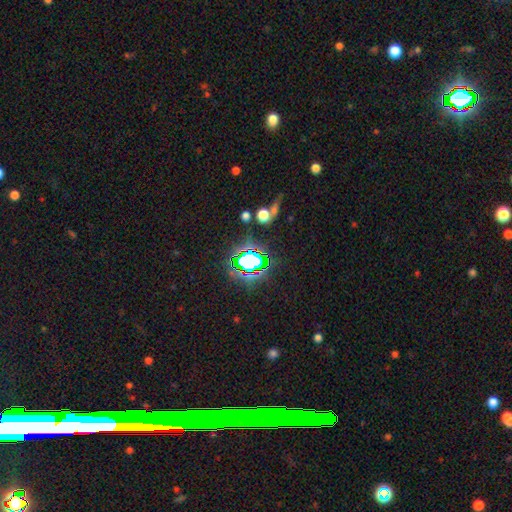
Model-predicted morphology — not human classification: type=star or artifact (67%).